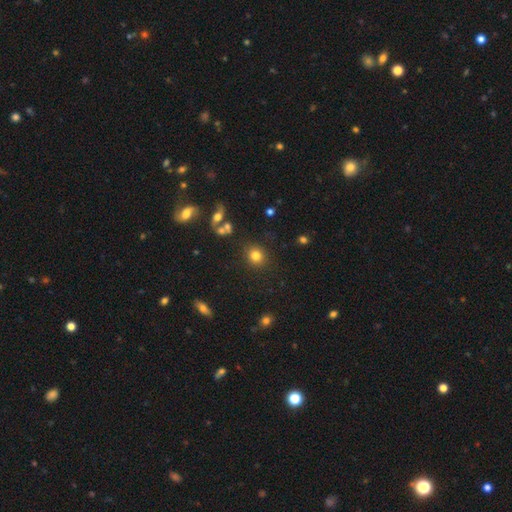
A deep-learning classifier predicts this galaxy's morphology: Q: Smooth or featured?
A: smooth (80%); runner-up: star or artifact (12%)
Q: How rounded?
A: round (85%); runner-up: in between (14%)
Q: Merging?
A: none (85%); runner-up: minor disturbance (8%)